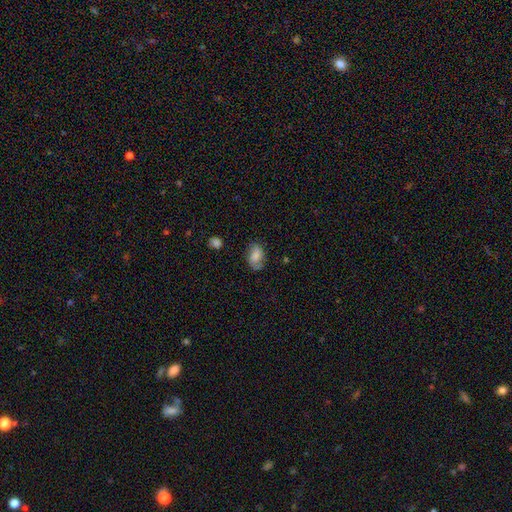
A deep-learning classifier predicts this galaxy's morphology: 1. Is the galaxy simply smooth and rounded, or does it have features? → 68% smooth, 23% featured or disk, 9% star or artifact.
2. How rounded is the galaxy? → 88% in between, 10% round, 2% cigar-shaped.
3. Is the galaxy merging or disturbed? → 69% none, 23% minor disturbance, 7% major disturbance, 2% merger.